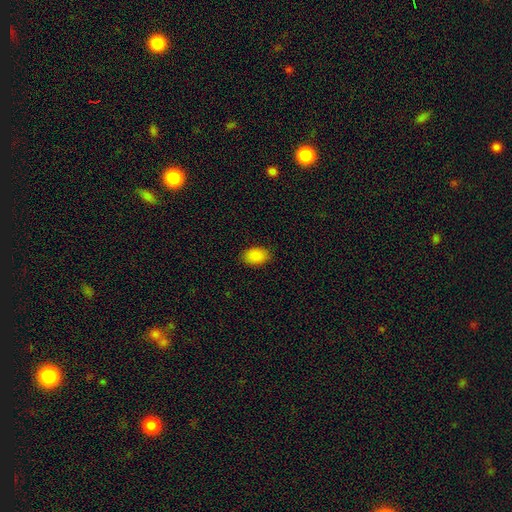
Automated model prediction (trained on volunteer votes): This is clearly a smooth galaxy (88%). How rounded: clearly in between (88%). Merging: clearly none (88%).